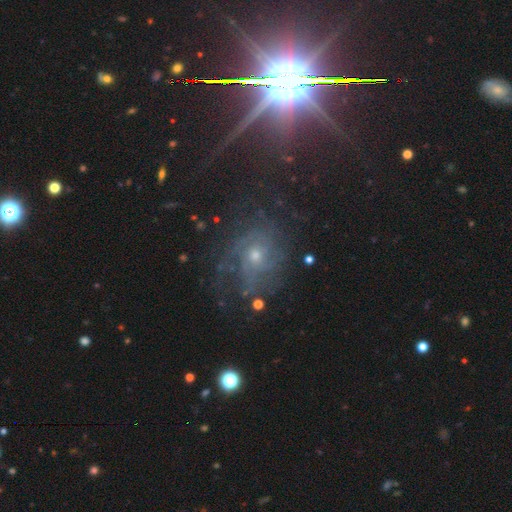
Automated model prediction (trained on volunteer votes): A featured or disk galaxy (69%) with no bar (80%), tight (48%) spiral arms (86%) and a small central bulge (53%). Merging: none (66%).